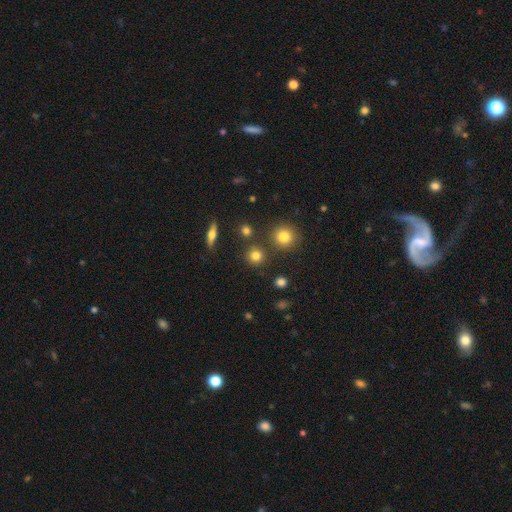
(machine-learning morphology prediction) Q: Smooth or featured?
A: smooth (80%); runner-up: star or artifact (13%)
Q: How rounded?
A: round (92%); runner-up: in between (7%)
Q: Merging?
A: none (85%); runner-up: minor disturbance (7%)